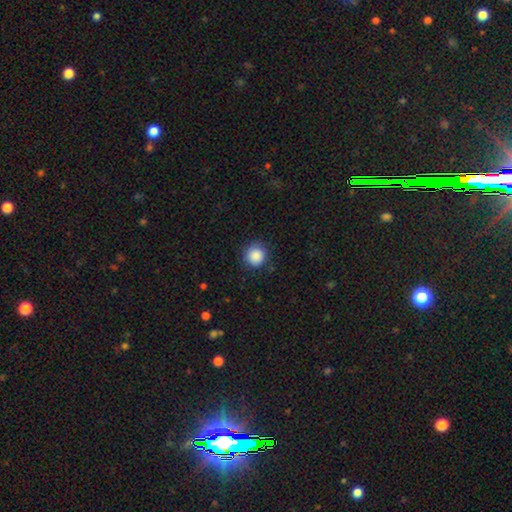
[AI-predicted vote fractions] This is clearly a smooth galaxy (88%). How rounded: clearly round (92%). Merging: clearly none (87%).